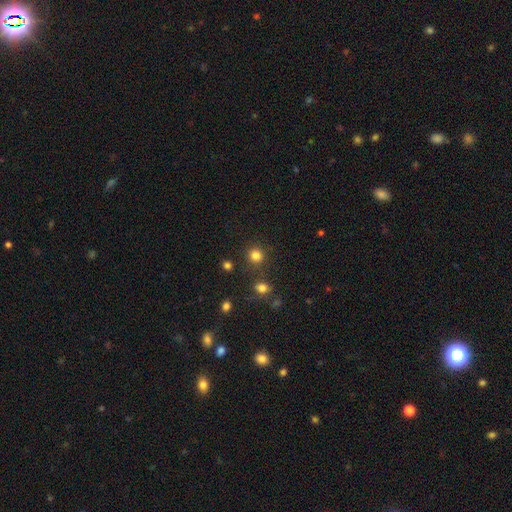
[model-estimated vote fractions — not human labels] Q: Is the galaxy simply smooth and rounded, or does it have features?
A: smooth — 81%.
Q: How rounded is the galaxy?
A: round — 90%.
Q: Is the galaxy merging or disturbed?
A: none — 82%.